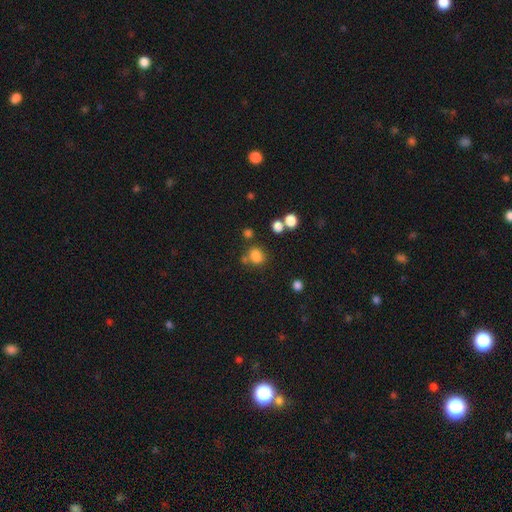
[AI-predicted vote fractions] smooth 78%, star or artifact 15%, featured or disk 7%. Down the decision tree: how rounded — round (57%); merging — none (61%).